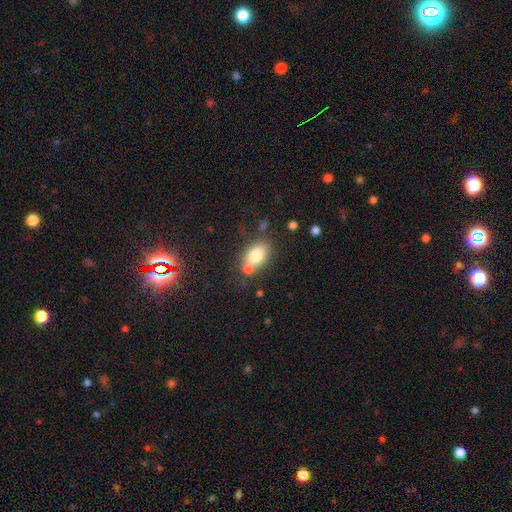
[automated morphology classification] Smooth or featured? smooth (76%)
How rounded? in between (79%)
Merging? none (53%)